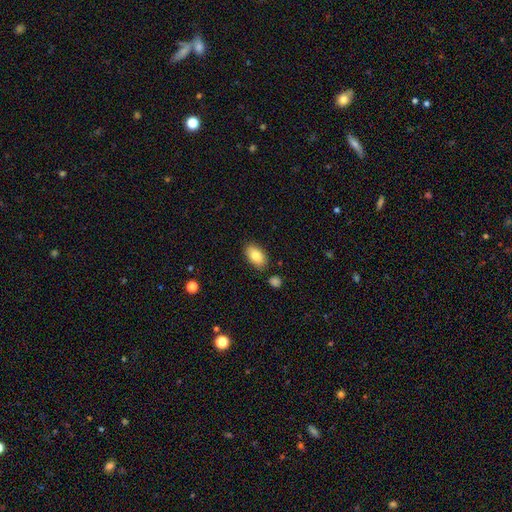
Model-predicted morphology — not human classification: Overall: smooth (84%). How rounded: in between (93%). Merging: none (84%).